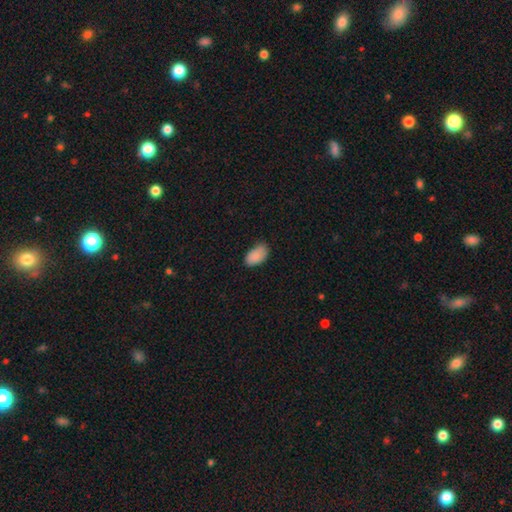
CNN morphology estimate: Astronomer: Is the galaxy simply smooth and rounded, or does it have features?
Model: smooth — 89%.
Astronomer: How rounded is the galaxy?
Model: in between — 95%.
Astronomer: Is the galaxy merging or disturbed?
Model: none — 70%.